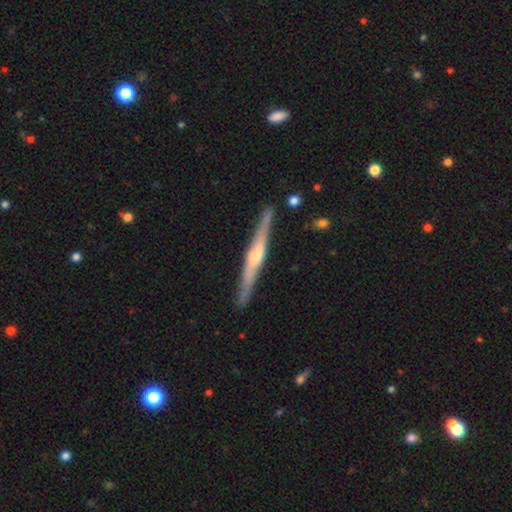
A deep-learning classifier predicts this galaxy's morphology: Smooth or featured: featured or disk — 73% (smooth — 22%)
Edge-on disk: yes — 96% (no — 4%)
Edge-on bulge: rounded — 75% (none — 15%)
Merging: none — 87% (minor disturbance — 9%)